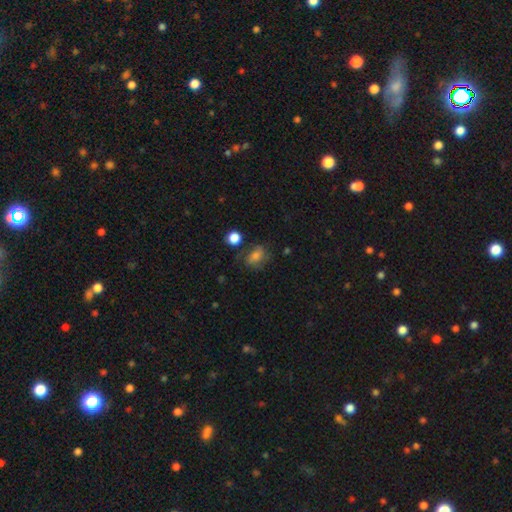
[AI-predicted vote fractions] Smooth or featured? Predicted: smooth (p=0.60). How rounded? Predicted: in between (p=0.62). Merging? Predicted: none (p=0.60).